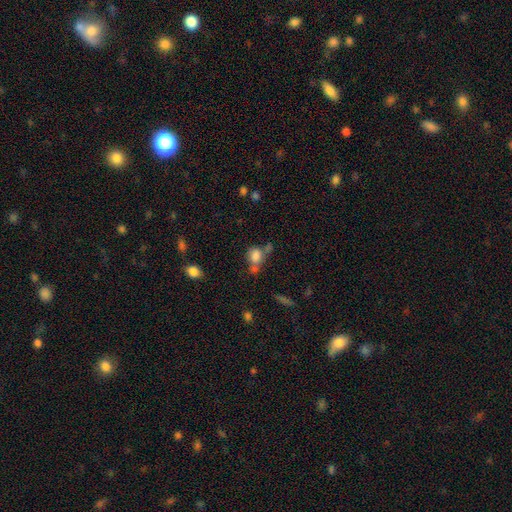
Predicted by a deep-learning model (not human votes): The model was most divided on "how rounded": round: 52%, in between: 47%, cigar-shaped: 2%. Remaining: smooth or featured — smooth (80%); merging — none (43%).